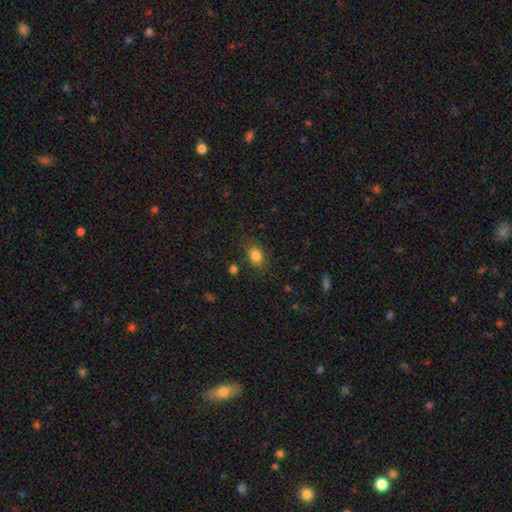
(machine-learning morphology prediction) Smooth or featured? Predicted: smooth (p=0.83). How rounded? Predicted: in between (p=0.71). Merging? Predicted: none (p=0.79).